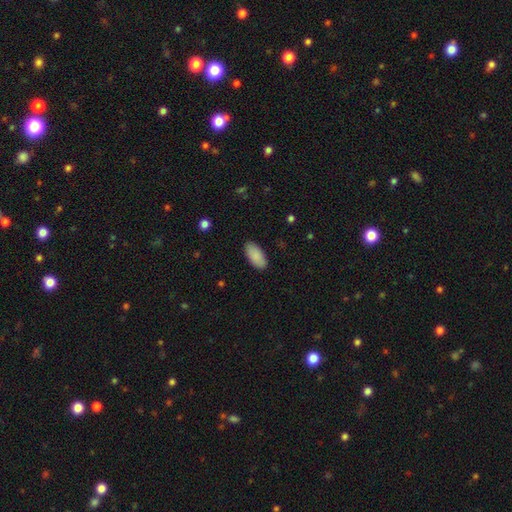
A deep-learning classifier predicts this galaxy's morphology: This appears to be a smooth galaxy with no disk features (90%) that is in between round and cigar-shaped (92%). Merging: none (88%).